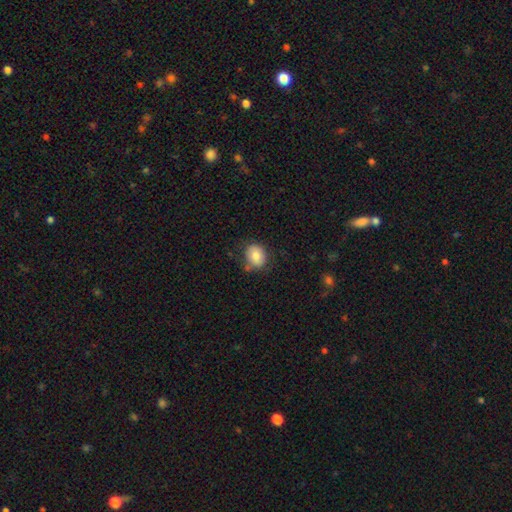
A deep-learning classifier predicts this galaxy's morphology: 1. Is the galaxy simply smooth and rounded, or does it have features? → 80% smooth, 11% featured or disk, 8% star or artifact.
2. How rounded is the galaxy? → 57% round, 43% in between, 1% cigar-shaped.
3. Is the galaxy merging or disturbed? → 74% none, 17% minor disturbance, 5% merger, 4% major disturbance.